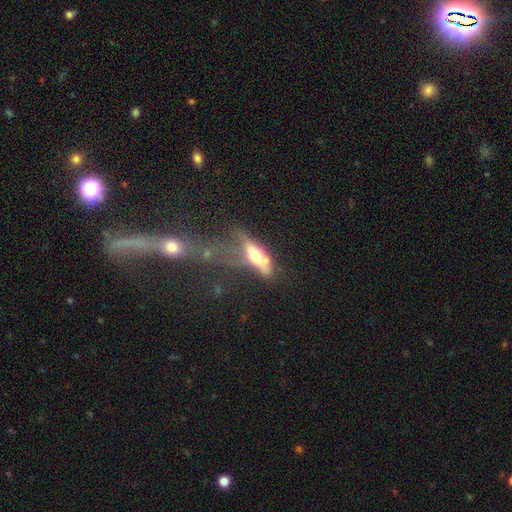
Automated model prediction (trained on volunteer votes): A smooth galaxy with no disk features (49%). Merging: merger (34%).